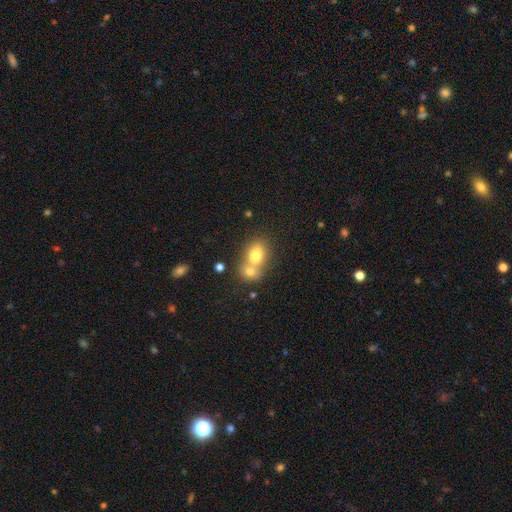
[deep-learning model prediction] smooth 77%, featured or disk 14%, star or artifact 10%. Down the decision tree: how rounded — in between (62%); merging — merger (62%).